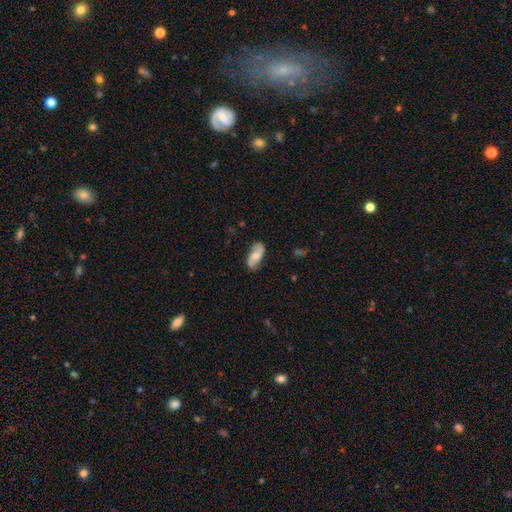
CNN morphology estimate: Smooth or featured? featured or disk (60%)
Edge-on disk? no (94%)
Bar? no (53%)
Spiral arms? yes (91%)
Spiral winding? loose (64%)
Spiral arm count? 2 (91%)
Bulge size? moderate (55%)
Merging? none (80%)